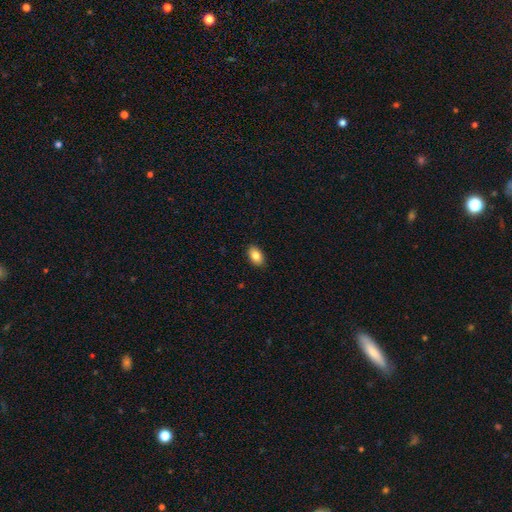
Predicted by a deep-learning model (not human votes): smooth 85%, star or artifact 8%, featured or disk 7%. Down the decision tree: how rounded — in between (90%); merging — none (90%).